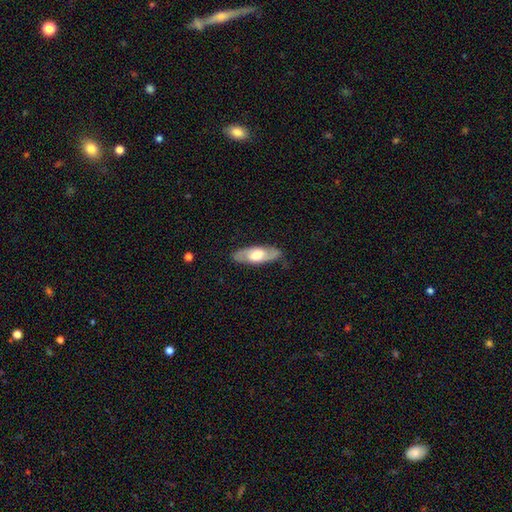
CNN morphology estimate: featured or disk 58%, smooth 37%, star or artifact 5%. Down the decision tree: edge-on disk — no (73%); merging — none (83%).